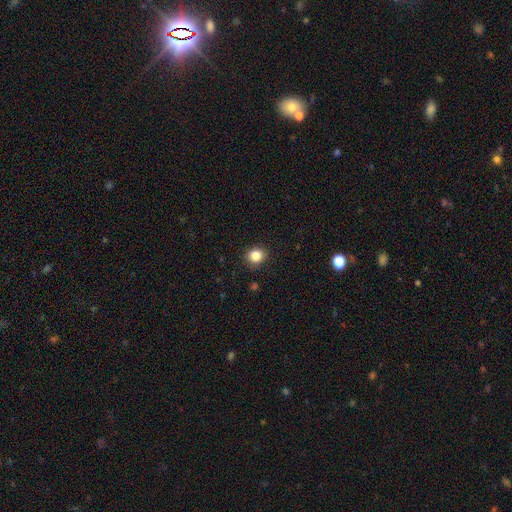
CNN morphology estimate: smooth-or-featured: smooth: 85% | star or artifact: 11% | featured or disk: 4%
  how-rounded: round: 77% | in between: 23% | cigar-shaped: 1%
  merging: none: 88% | minor disturbance: 8% | major disturbance: 2% | merger: 1%